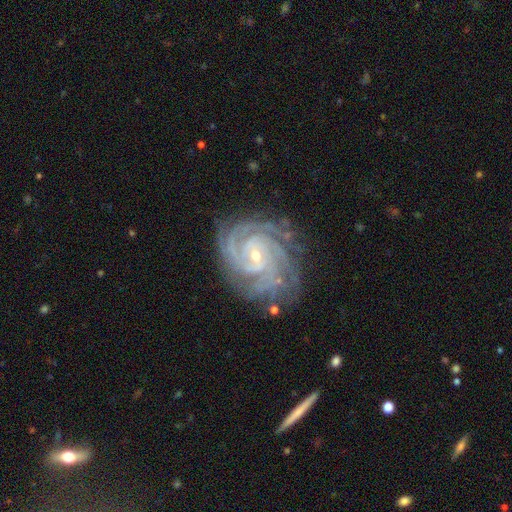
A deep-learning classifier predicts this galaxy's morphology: The model was most divided on "spiral arm count": 4: 31%, 3: 23%, more than 4: 14%, can't tell: 14%, 2: 12%, 1: 7%. Remaining: spiral arms — yes (99%); edge-on disk — no (98%); smooth or featured — featured or disk (91%); spiral winding — tight (79%); merging — none (77%); bulge size — small (74%); bar — no (49%).